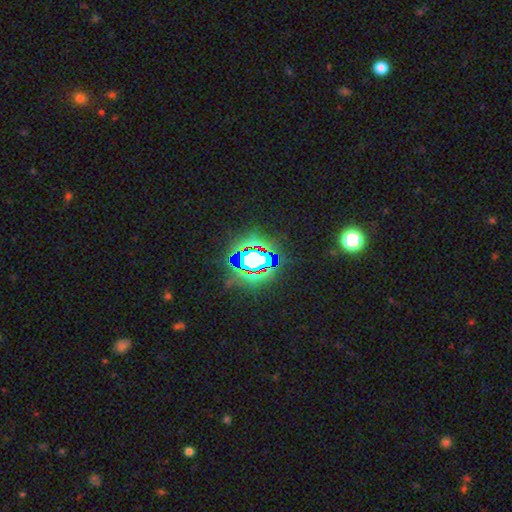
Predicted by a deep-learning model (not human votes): Smooth or featured? Predicted: star or artifact (p=0.68).